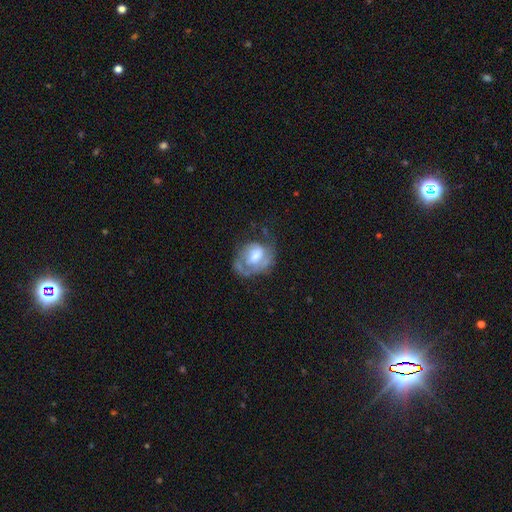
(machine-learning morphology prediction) Smooth or featured? featured or disk (62%)
Edge-on disk? no (97%)
Bar? weak (44%)
Spiral arms? yes (68%)
Bulge size? moderate (48%)
Merging? none (42%)